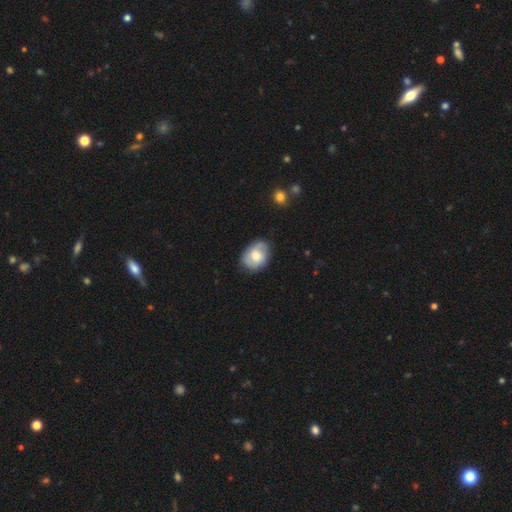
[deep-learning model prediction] A smooth galaxy with no disk features (49%).

Vote fractions:
- Smooth or featured? smooth: 49% / featured or disk: 44% / star or artifact: 7%
- Merging? none: 71% / minor disturbance: 22% / major disturbance: 5% / merger: 2%